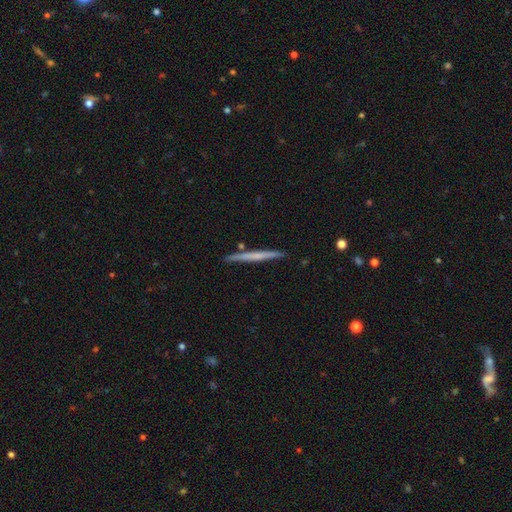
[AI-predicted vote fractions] Smooth or featured? Predicted: featured or disk (p=0.51). Edge-on disk? Predicted: yes (p=0.97). Merging? Predicted: none (p=0.91).